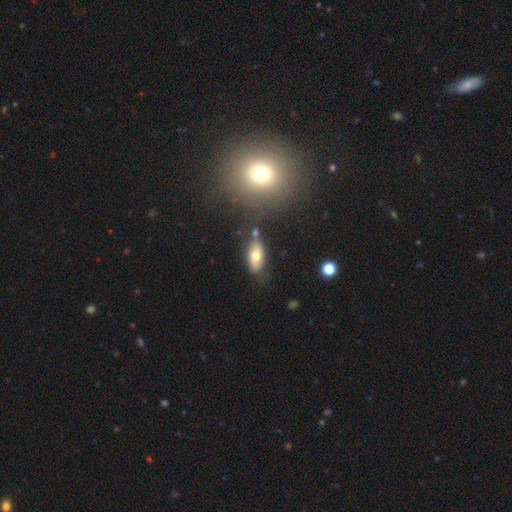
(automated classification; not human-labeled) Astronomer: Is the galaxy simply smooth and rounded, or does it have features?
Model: smooth — 66%.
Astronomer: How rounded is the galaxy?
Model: in between — 88%.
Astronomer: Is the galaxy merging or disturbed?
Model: none — 71%.